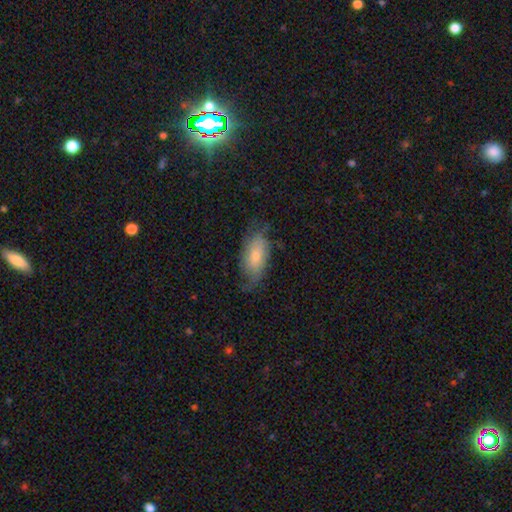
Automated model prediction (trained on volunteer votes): Smooth or featured?
  - smooth: 55% *
  - featured or disk: 38%
  - star or artifact: 7%
How rounded?
  - in between: 89% *
  - cigar-shaped: 8%
  - round: 3%
Merging?
  - none: 57% *
  - minor disturbance: 28%
  - major disturbance: 14%
  - merger: 1%